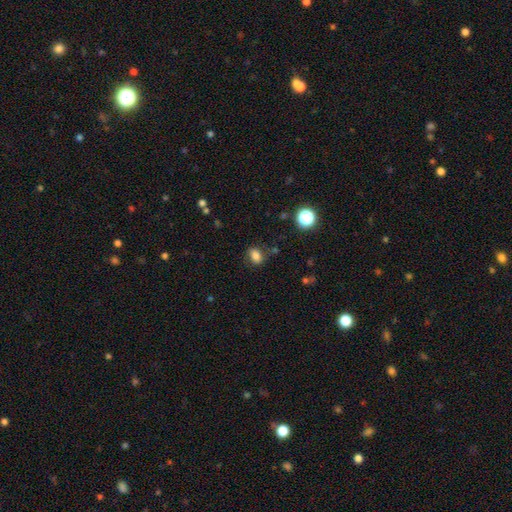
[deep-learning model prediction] A smooth galaxy with no disk features (80%) that is in between round and cigar-shaped (68%). Merging: none (74%).